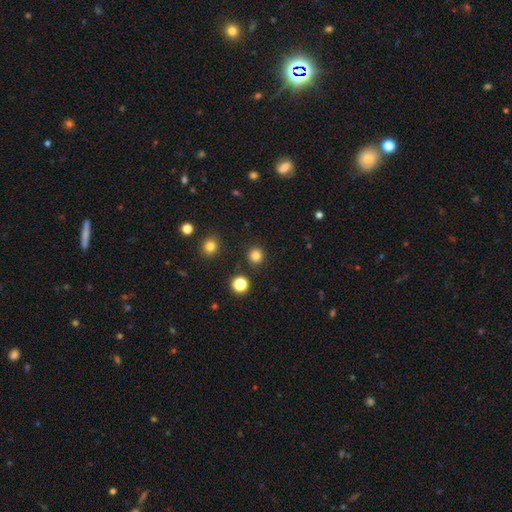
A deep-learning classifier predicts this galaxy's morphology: A smooth galaxy with no disk features (82%) that is round (93%). Merging: none (90%).